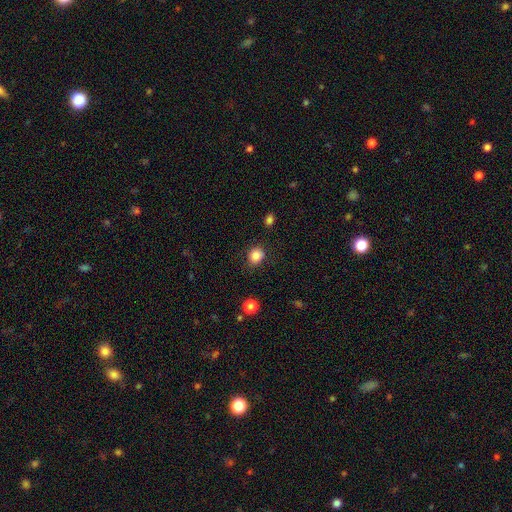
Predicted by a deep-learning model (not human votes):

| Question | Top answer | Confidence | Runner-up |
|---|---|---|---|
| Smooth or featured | smooth | 84% | star or artifact (11%) |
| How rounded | round | 69% | in between (31%) |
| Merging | none | 82% | minor disturbance (13%) |